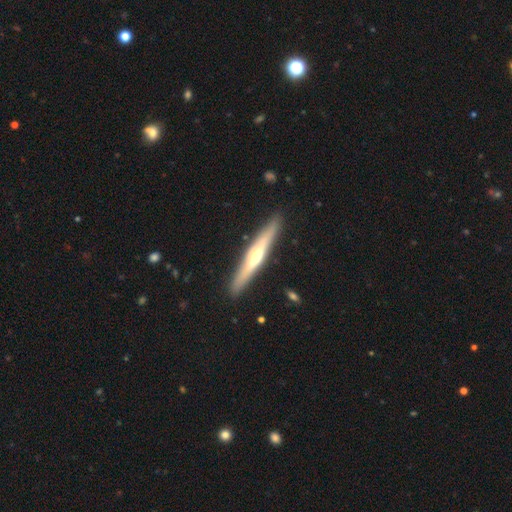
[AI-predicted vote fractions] smooth-or-featured: featured or disk: 63% | smooth: 32% | star or artifact: 5%
  disk-edge-on: yes: 95% | no: 5%
    edge-on-bulge: rounded: 82% | none: 13% | boxy: 6%
  merging: none: 90% | minor disturbance: 7% | major disturbance: 2% | merger: 1%